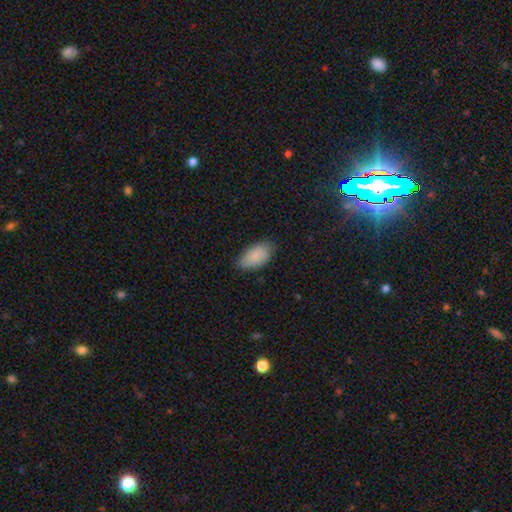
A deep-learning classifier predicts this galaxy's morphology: This appears to be a smooth galaxy with no disk features (89%) that is in between round and cigar-shaped (95%). Merging: none (77%).